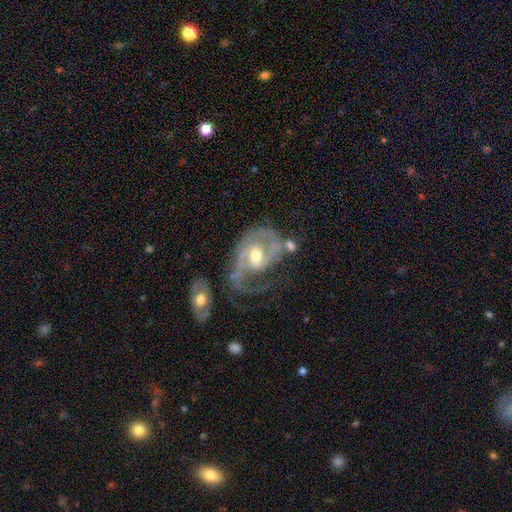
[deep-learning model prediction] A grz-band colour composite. It shows a featured or disk galaxy (84%) with a weak bar (45%), 2 (52%) medium (44%) spiral arms (88%) and a moderate central bulge (67%). Merging: major disturbance (37%).